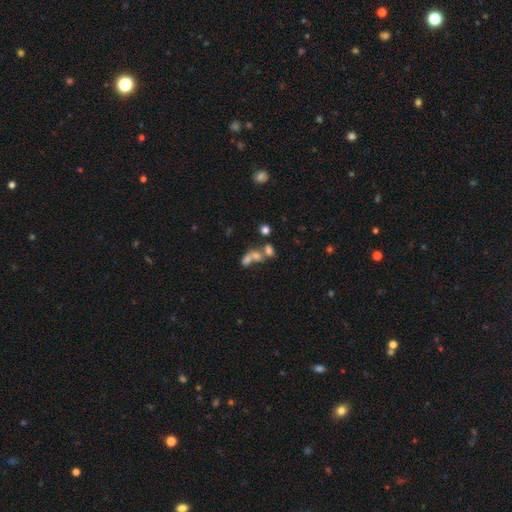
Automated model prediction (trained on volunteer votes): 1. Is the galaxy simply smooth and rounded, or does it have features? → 56% smooth, 25% featured or disk, 19% star or artifact.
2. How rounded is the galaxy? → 64% in between, 31% round, 5% cigar-shaped.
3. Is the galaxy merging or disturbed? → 61% merger, 23% none, 9% major disturbance, 8% minor disturbance.